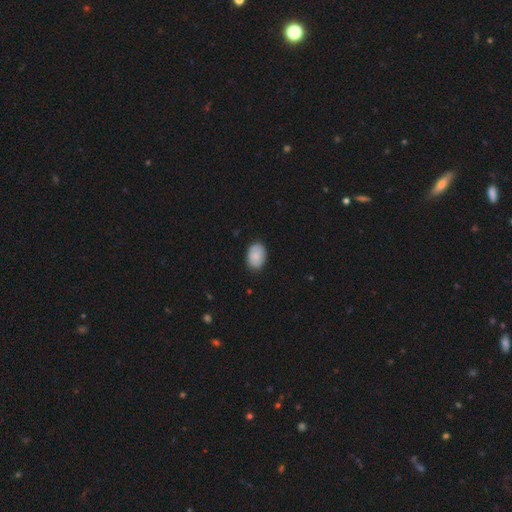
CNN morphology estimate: Overall: smooth (83%). How rounded: in between (83%). Merging: none (85%).